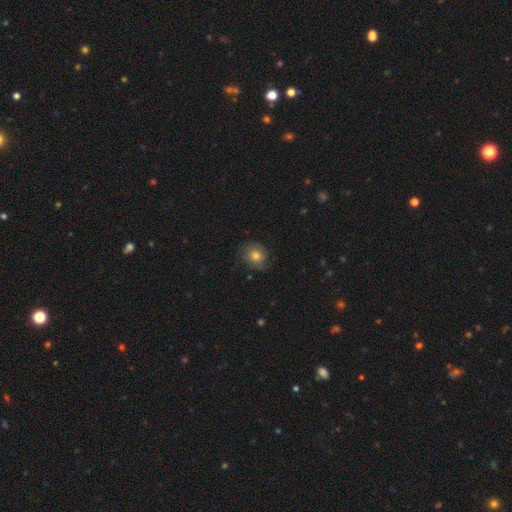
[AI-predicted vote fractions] smooth 63%, featured or disk 27%, star or artifact 10%. Down the decision tree: how rounded — round (78%); merging — none (75%).